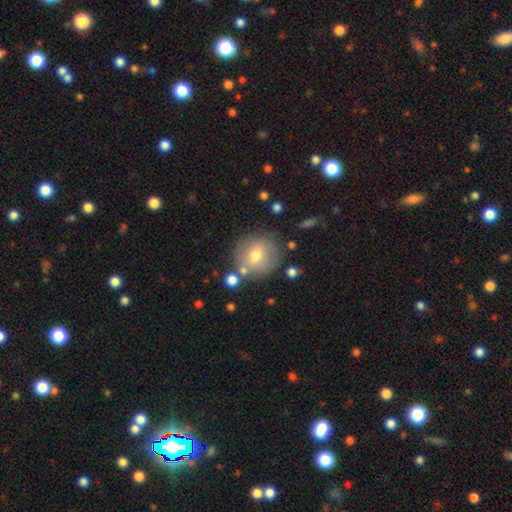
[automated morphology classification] smooth_or_featured: smooth (p=0.64) [alt: featured or disk p=0.26]
how_rounded: round (p=0.89) [alt: in between p=0.10]
merging: none (p=0.77) [alt: minor disturbance p=0.12]